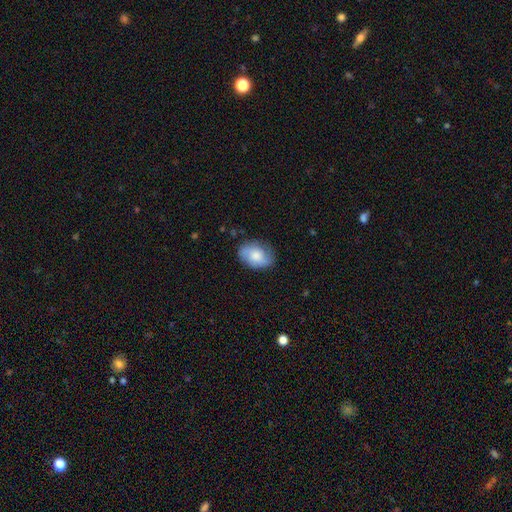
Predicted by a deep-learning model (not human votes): A smooth galaxy with no disk features (60%) that is in between round and cigar-shaped (79%). Merging: none (76%).